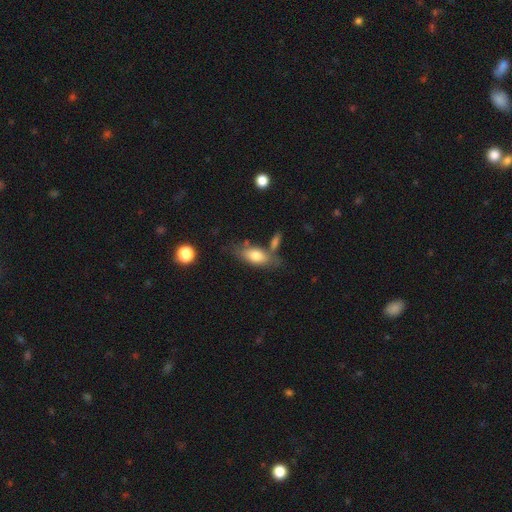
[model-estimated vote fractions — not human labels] smooth-or-featured: smooth: 73% | featured or disk: 20% | star or artifact: 7%
  how-rounded: in between: 83% | cigar-shaped: 13% | round: 4%
  merging: none: 59% | minor disturbance: 18% | merger: 17% | major disturbance: 6%